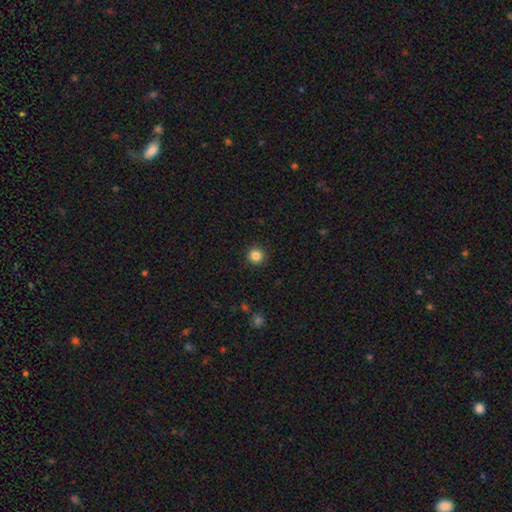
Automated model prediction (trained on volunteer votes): This is clearly a smooth galaxy (85%). How rounded: clearly round (94%). Merging: clearly none (92%).